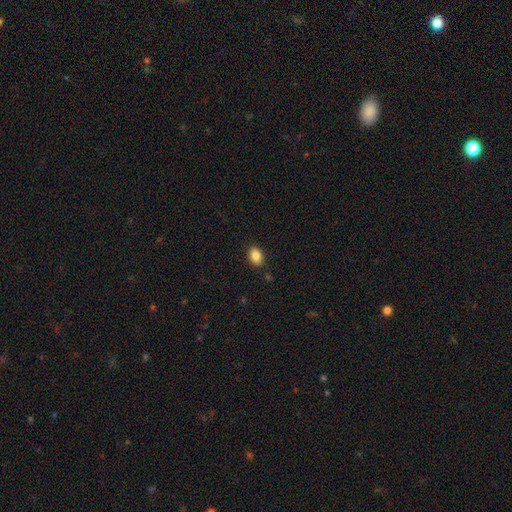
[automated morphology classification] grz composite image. It shows a smooth galaxy with no disk features (87%) that is in between round and cigar-shaped (84%). Merging: none (86%).